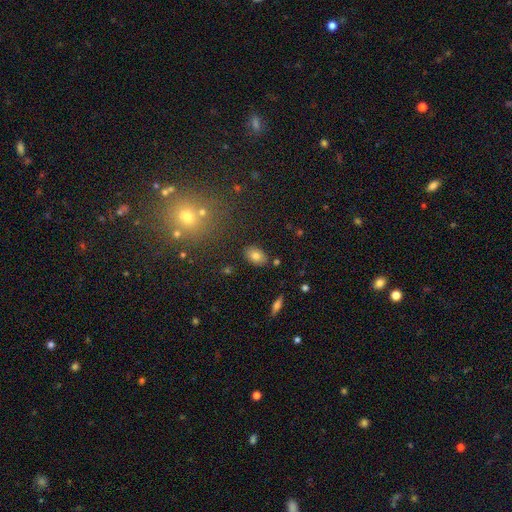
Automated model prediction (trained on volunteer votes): Smooth or featured: smooth — 79% (featured or disk — 12%)
How rounded: in between — 85% (round — 14%)
Merging: none — 83% (minor disturbance — 11%)